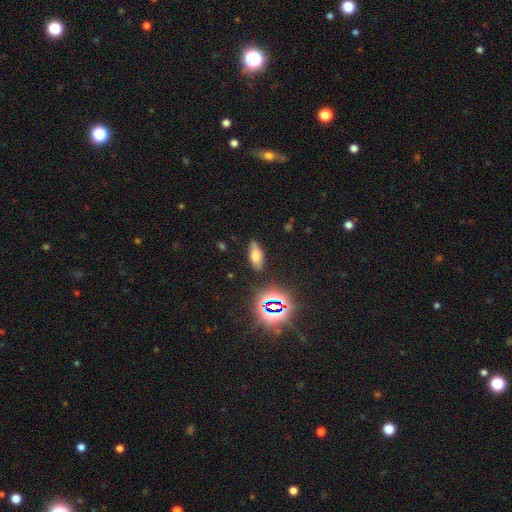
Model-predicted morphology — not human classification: This appears to be a smooth galaxy with no disk features (64%) that is in between round and cigar-shaped (83%). Merging: none (77%).